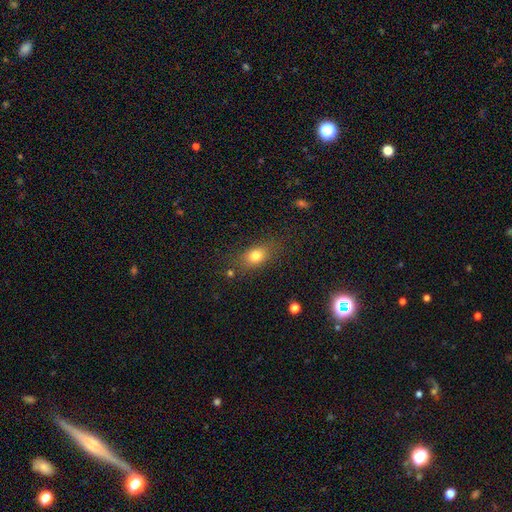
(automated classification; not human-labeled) smooth_or_featured: smooth (p=0.78) [alt: star or artifact p=0.11]
how_rounded: in between (p=0.68) [alt: round p=0.28]
merging: none (p=0.77) [alt: minor disturbance p=0.15]